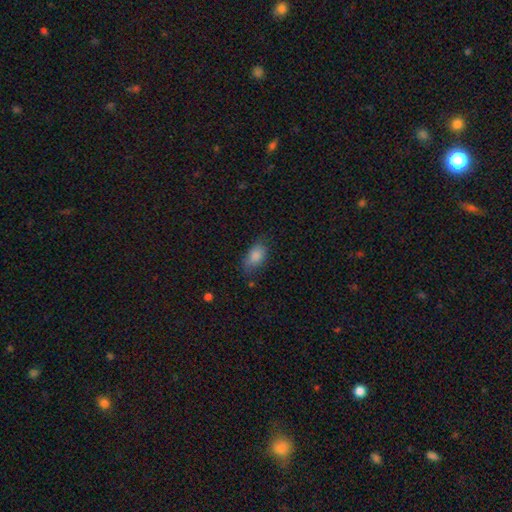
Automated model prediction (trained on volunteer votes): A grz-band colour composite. It shows a smooth galaxy with no disk features (85%) that is in between round and cigar-shaped (90%). Merging: none (68%).